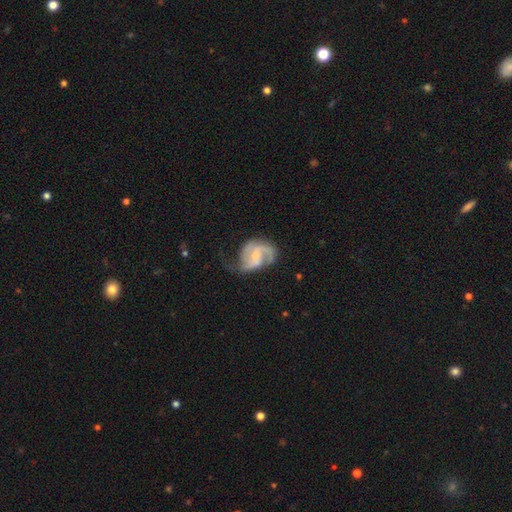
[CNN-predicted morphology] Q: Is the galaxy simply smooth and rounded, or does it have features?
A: featured or disk — 84%.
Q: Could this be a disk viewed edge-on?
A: no — 98%.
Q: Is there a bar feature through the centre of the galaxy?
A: weak — 45%.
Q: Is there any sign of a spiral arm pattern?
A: yes — 95%.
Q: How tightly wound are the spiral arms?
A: medium — 51%.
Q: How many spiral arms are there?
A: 2 — 64%.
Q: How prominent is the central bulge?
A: small — 53%.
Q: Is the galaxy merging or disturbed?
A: none — 45%.